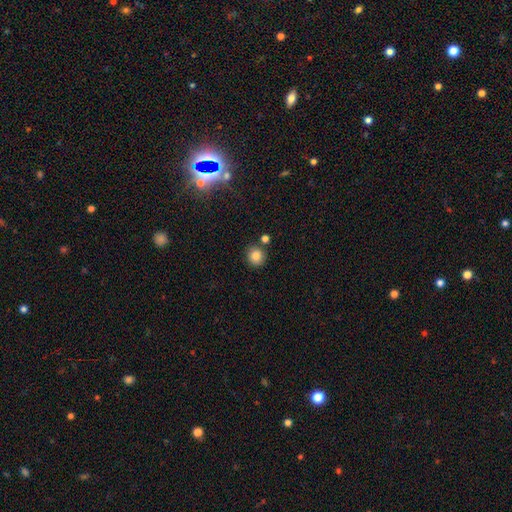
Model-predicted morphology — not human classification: A smooth galaxy with no disk features (83%) that is round (91%). Merging: none (81%).